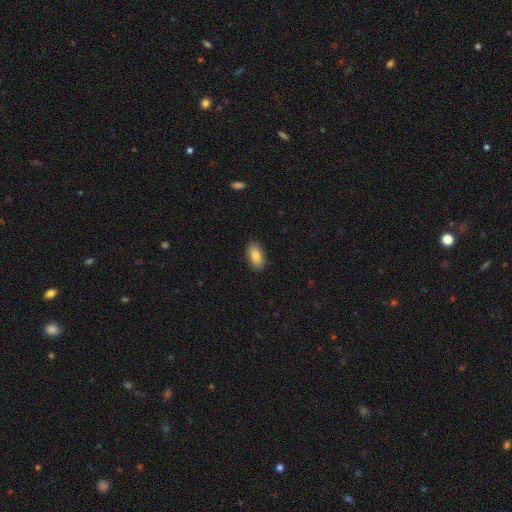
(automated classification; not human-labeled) smooth-or-featured: smooth: 85% | featured or disk: 9% | star or artifact: 7%
  how-rounded: in between: 92% | cigar-shaped: 5% | round: 3%
  merging: none: 88% | minor disturbance: 9% | major disturbance: 2% | merger: 1%